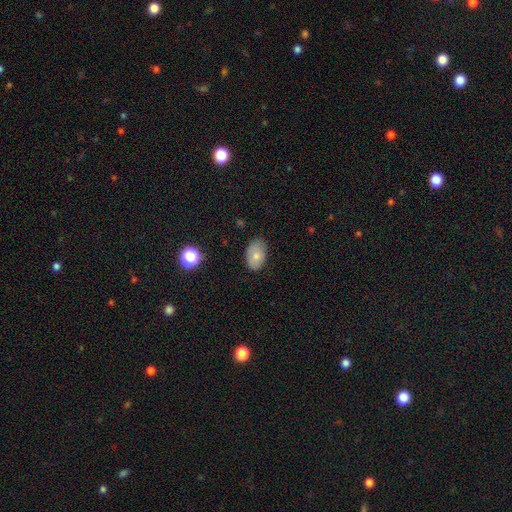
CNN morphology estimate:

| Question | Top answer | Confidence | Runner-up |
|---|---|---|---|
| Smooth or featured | smooth | 74% | featured or disk (17%) |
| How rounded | in between | 88% | round (11%) |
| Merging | none | 76% | minor disturbance (19%) |